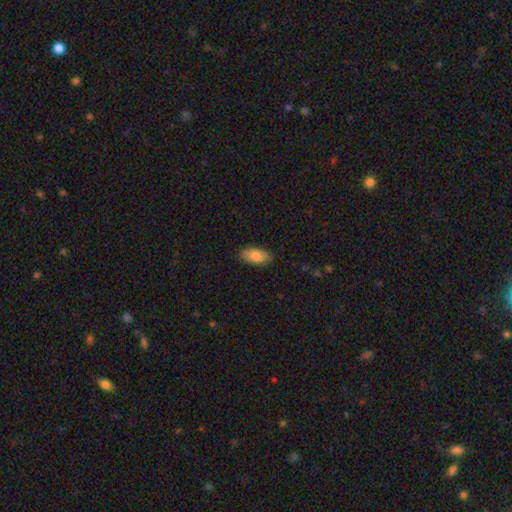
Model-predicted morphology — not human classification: smooth 86%, featured or disk 8%, star or artifact 6%. Down the decision tree: how rounded — in between (92%); merging — none (86%).